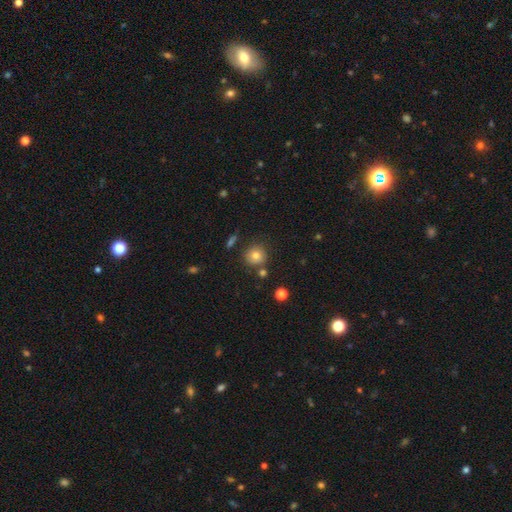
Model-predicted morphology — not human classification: A smooth galaxy with no disk features (78%) that is round (91%).

Vote fractions:
- Smooth or featured? smooth: 78% / star or artifact: 12% / featured or disk: 10%
- How rounded? round: 91% / in between: 8% / cigar-shaped: 1%
- Merging? none: 79% / minor disturbance: 10% / merger: 8% / major disturbance: 3%